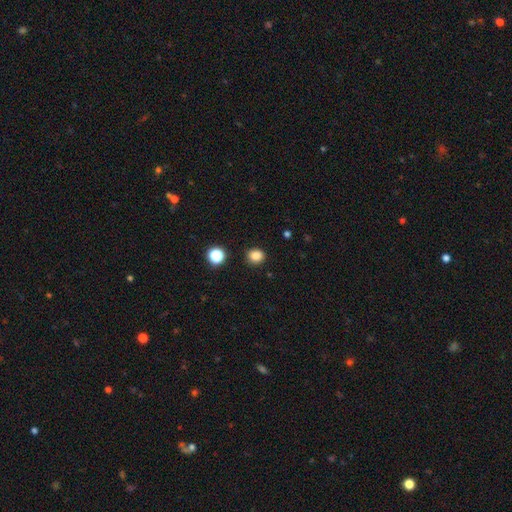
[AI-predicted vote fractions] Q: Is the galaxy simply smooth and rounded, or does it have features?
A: smooth — 84%.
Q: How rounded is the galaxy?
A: round — 79%.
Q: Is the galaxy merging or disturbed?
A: none — 88%.